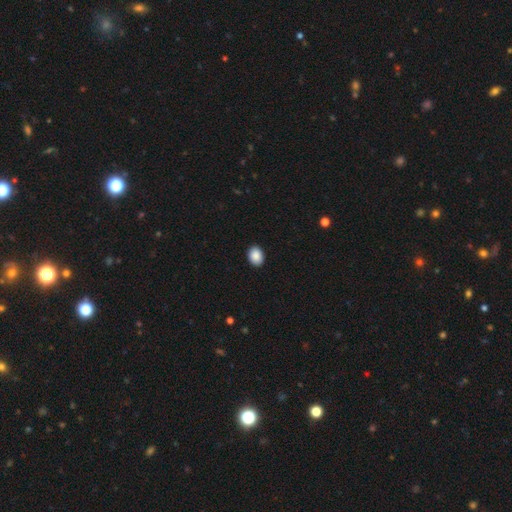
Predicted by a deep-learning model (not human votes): Smooth or featured? Predicted: smooth (p=0.89). How rounded? Predicted: in between (p=0.69). Merging? Predicted: none (p=0.91).